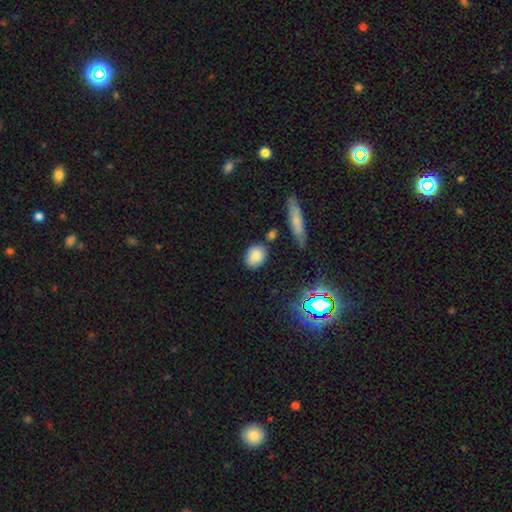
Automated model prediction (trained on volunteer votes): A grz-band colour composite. It shows a smooth galaxy with no disk features (82%) that is in between round and cigar-shaped (52%). Merging: none (77%).